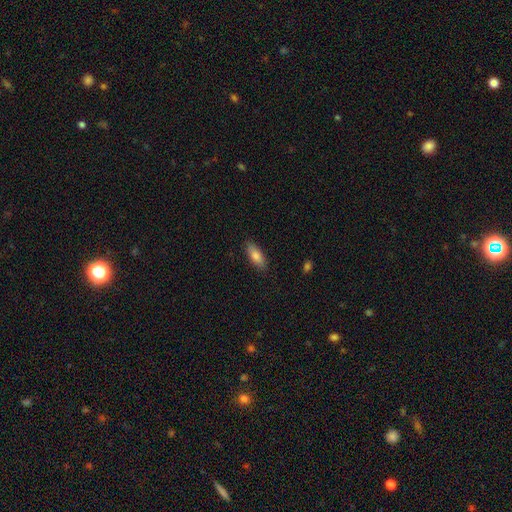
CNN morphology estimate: smooth_or_featured: smooth (p=0.83) [alt: featured or disk p=0.11]
how_rounded: in between (p=0.72) [alt: cigar-shaped p=0.26]
merging: none (p=0.87) [alt: minor disturbance p=0.10]